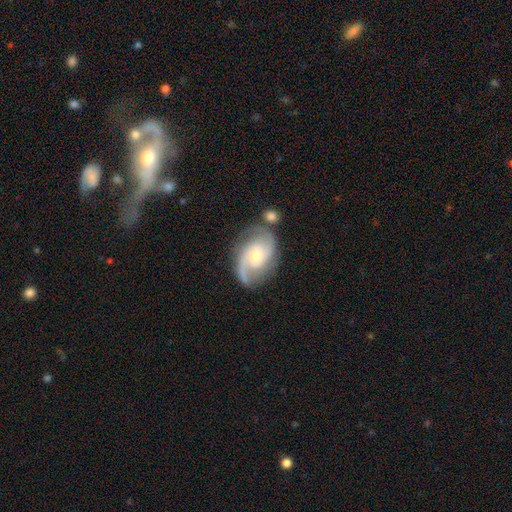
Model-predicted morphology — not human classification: featured or disk 86%, smooth 9%, star or artifact 5%. Down the decision tree: edge-on disk — no (97%); bar — no (61%); spiral arms — yes (97%); spiral arm count — 2 (80%); spiral winding — medium (52%); bulge size — small (48%); merging — none (69%).